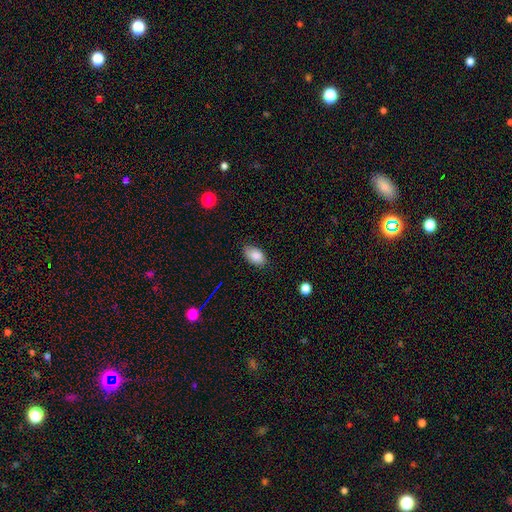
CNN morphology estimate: smooth-or-featured: smooth: 86% | star or artifact: 8% | featured or disk: 6%
  how-rounded: in between: 91% | round: 7% | cigar-shaped: 2%
  merging: none: 77% | minor disturbance: 19% | major disturbance: 3% | merger: 1%